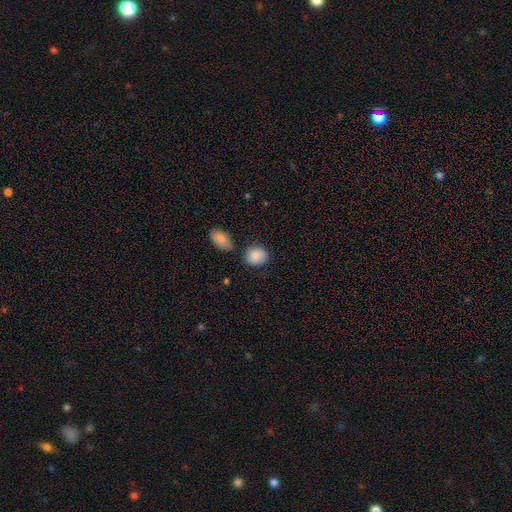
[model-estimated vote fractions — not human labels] Smooth or featured? Predicted: smooth (p=0.82). How rounded? Predicted: round (p=0.63). Merging? Predicted: none (p=0.74).